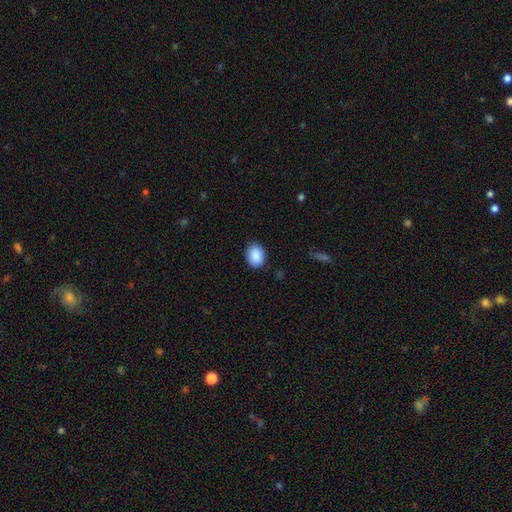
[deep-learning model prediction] Smooth or featured: smooth — 89% (star or artifact — 7%)
How rounded: in between — 58% (round — 41%)
Merging: none — 84% (minor disturbance — 13%)